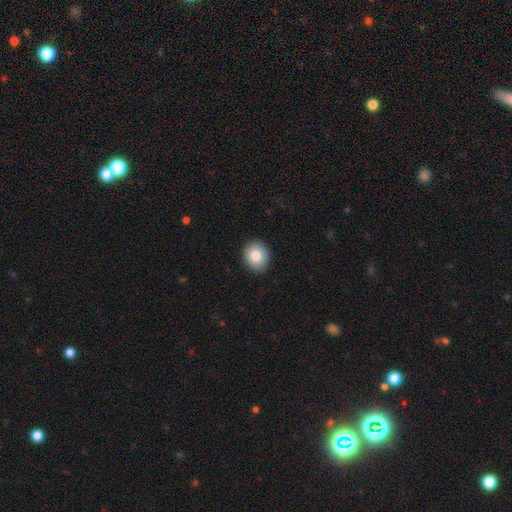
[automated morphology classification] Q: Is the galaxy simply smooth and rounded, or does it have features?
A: smooth — 83%.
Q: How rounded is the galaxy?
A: round — 72%.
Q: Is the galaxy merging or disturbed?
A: none — 89%.